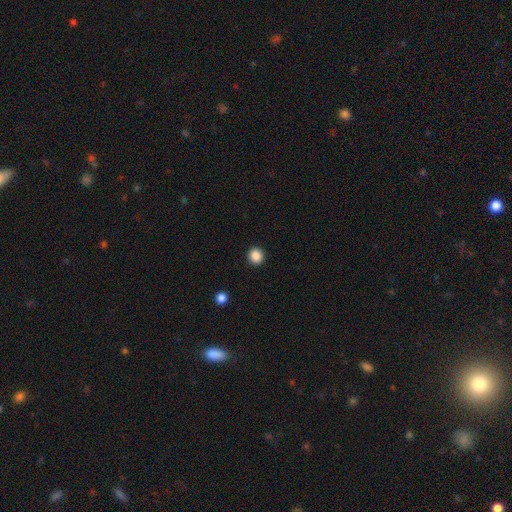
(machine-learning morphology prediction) smooth-or-featured: smooth: 87% | star or artifact: 10% | featured or disk: 3%
  how-rounded: round: 90% | in between: 9% | cigar-shaped: 1%
  merging: none: 92% | minor disturbance: 5% | major disturbance: 2% | merger: 1%